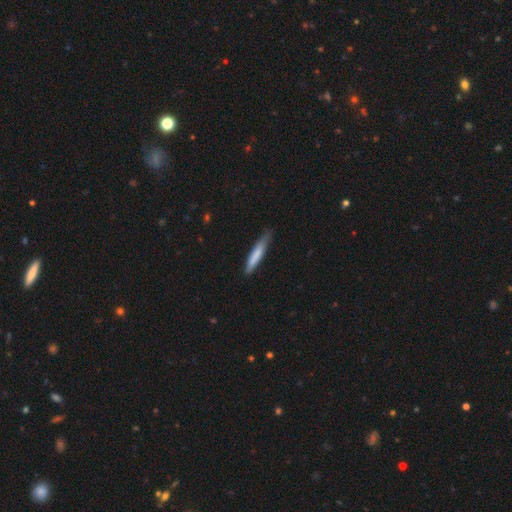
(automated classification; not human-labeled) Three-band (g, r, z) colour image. It shows a smooth galaxy with no disk features (76%) that is cigar-shaped (91%). Merging: none (73%).